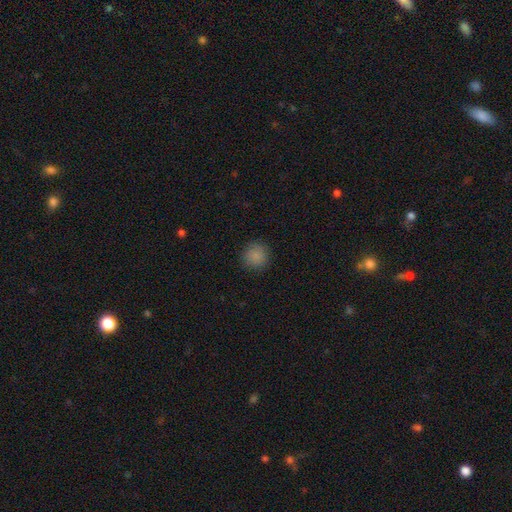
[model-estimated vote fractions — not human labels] This appears to be a smooth galaxy with no disk features (86%) that is round (92%). Merging: none (88%).